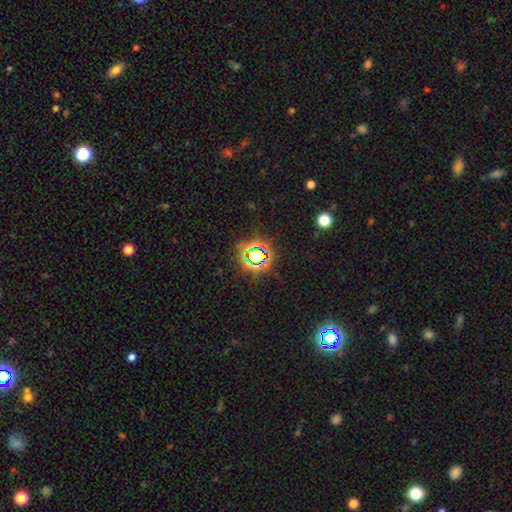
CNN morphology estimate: type=star or artifact (70%).